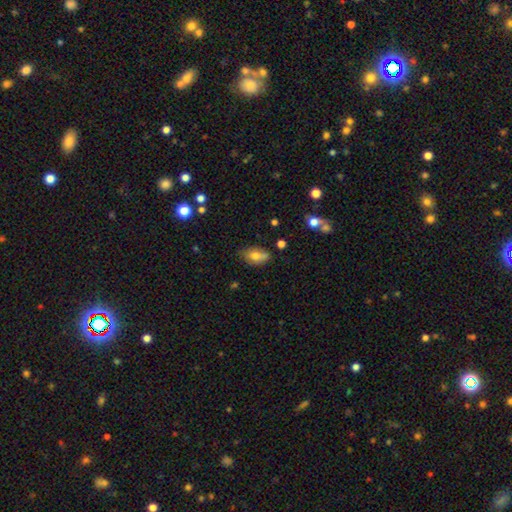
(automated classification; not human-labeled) Q: Smooth or featured?
A: smooth (68%); runner-up: featured or disk (23%)
Q: How rounded?
A: in between (87%); runner-up: round (10%)
Q: Merging?
A: none (52%); runner-up: minor disturbance (30%)